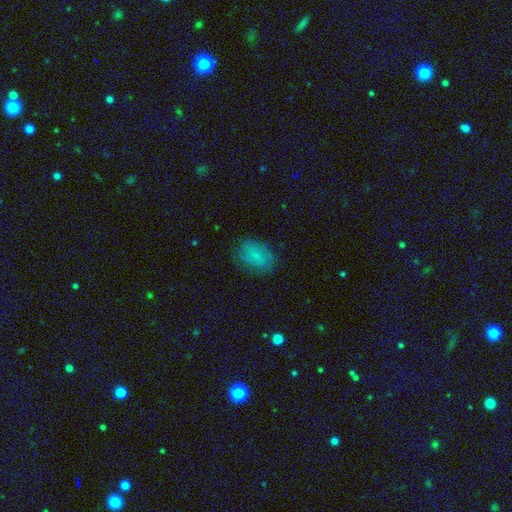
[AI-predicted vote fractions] smooth-or-featured: smooth: 77% | featured or disk: 13% | star or artifact: 10%
  how-rounded: in between: 80% | round: 18% | cigar-shaped: 2%
  merging: none: 79% | minor disturbance: 15% | major disturbance: 5% | merger: 1%